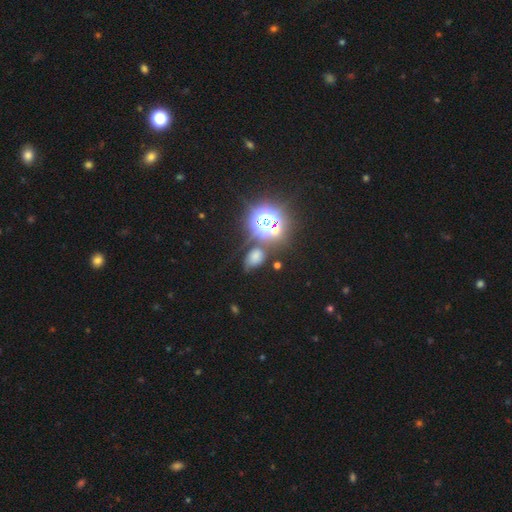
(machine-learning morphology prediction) This appears to be a star or artifact, not a galaxy (46%).